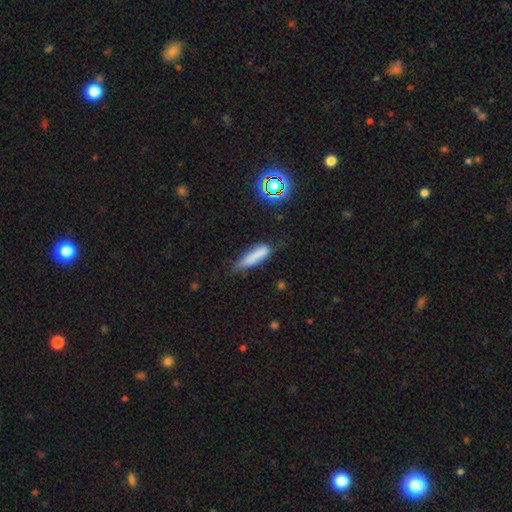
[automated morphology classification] smooth_or_featured: smooth (p=0.77) [alt: featured or disk p=0.13]
how_rounded: cigar-shaped (p=0.68) [alt: in between p=0.30]
merging: none (p=0.51) [alt: minor disturbance p=0.35]